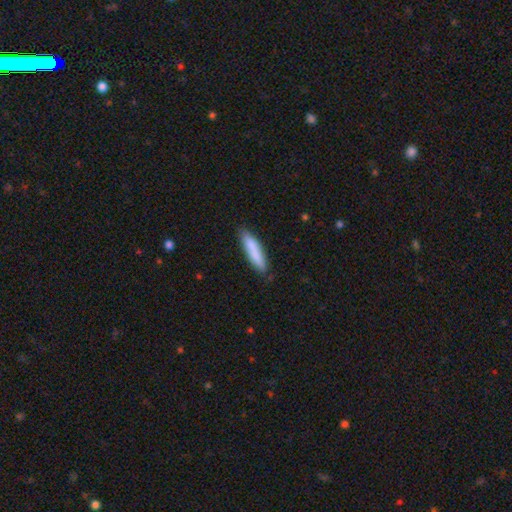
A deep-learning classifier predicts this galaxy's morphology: Smooth or featured?
  - smooth: 83% *
  - featured or disk: 11%
  - star or artifact: 6%
How rounded?
  - cigar-shaped: 77% *
  - in between: 21%
  - round: 1%
Merging?
  - none: 83% *
  - minor disturbance: 13%
  - major disturbance: 2%
  - merger: 2%